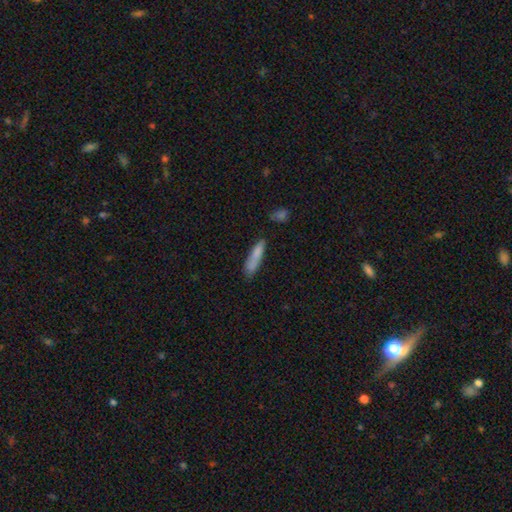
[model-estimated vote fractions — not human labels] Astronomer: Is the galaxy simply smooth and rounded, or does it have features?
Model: smooth — 81%.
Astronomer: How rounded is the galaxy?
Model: cigar-shaped — 82%.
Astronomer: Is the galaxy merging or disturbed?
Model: none — 71%.